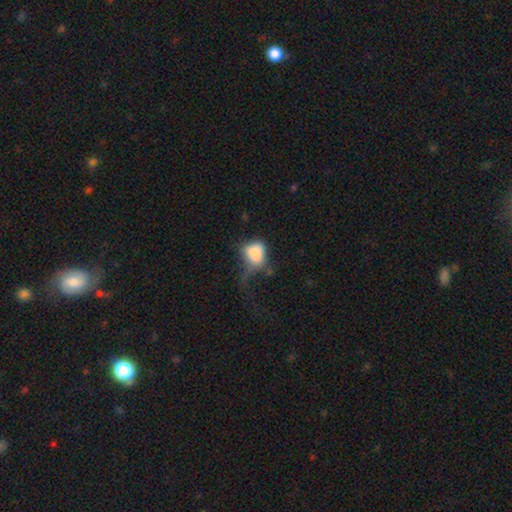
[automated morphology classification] Smooth or featured?
  - smooth: 77% *
  - featured or disk: 13%
  - star or artifact: 10%
How rounded?
  - in between: 61% *
  - round: 37%
  - cigar-shaped: 2%
Merging?
  - major disturbance: 39% *
  - minor disturbance: 29%
  - none: 25%
  - merger: 7%